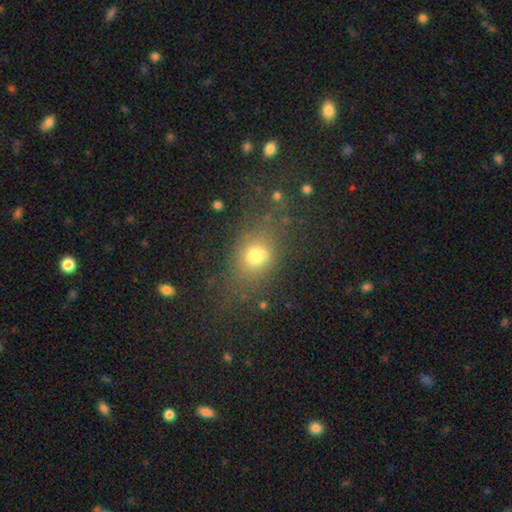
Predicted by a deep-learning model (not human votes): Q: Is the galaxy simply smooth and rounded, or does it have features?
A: smooth — 67%.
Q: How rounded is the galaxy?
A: in between — 53%.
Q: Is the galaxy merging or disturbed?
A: none — 59%.